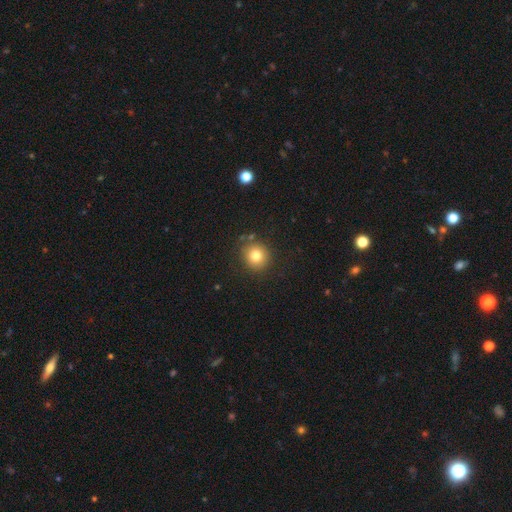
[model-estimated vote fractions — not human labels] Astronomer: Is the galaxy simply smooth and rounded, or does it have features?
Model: smooth — 79%.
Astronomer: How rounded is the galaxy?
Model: round — 89%.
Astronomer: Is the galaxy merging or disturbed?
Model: none — 84%.